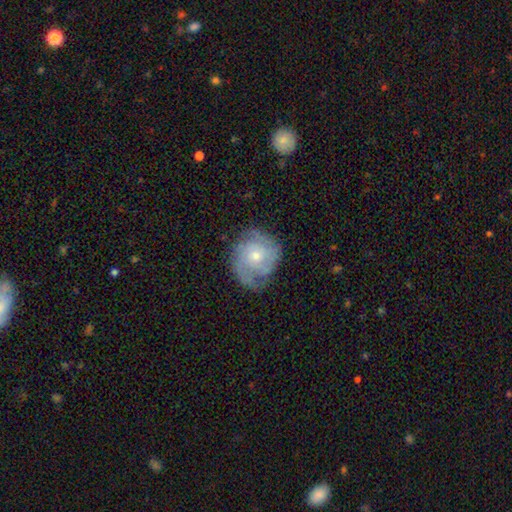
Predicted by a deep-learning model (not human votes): This appears to be a featured or disk galaxy (74%) with no bar (77%), 2 (33%) tight (57%) spiral arms (92%) and a small central bulge (52%). Merging: none (68%).